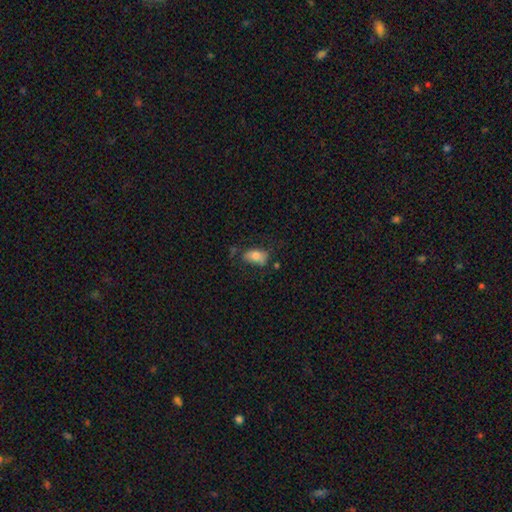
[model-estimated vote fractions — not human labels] Smooth or featured? Predicted: smooth (p=0.74). How rounded? Predicted: in between (p=0.91). Merging? Predicted: none (p=0.60).